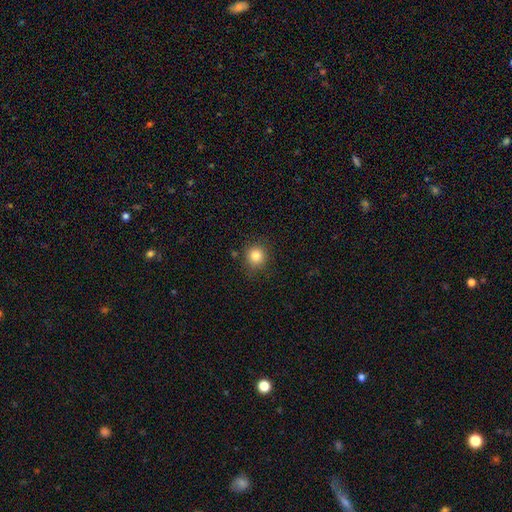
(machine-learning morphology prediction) Smooth or featured?
  - smooth: 83% *
  - star or artifact: 11%
  - featured or disk: 6%
How rounded?
  - round: 90% *
  - in between: 9%
  - cigar-shaped: 1%
Merging?
  - none: 85% *
  - minor disturbance: 10%
  - major disturbance: 3%
  - merger: 2%